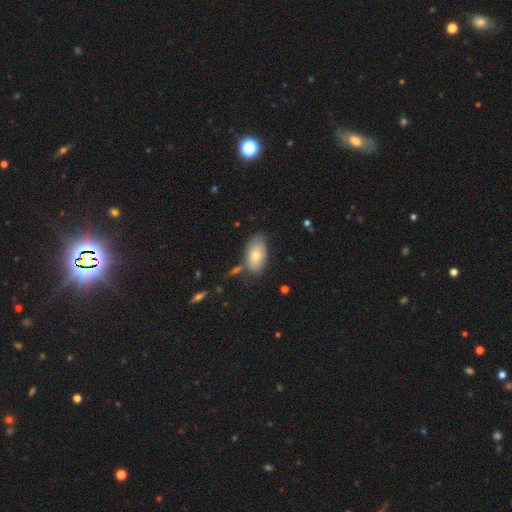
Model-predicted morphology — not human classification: smooth 72%, featured or disk 21%, star or artifact 7%. Down the decision tree: how rounded — in between (93%); merging — none (67%).